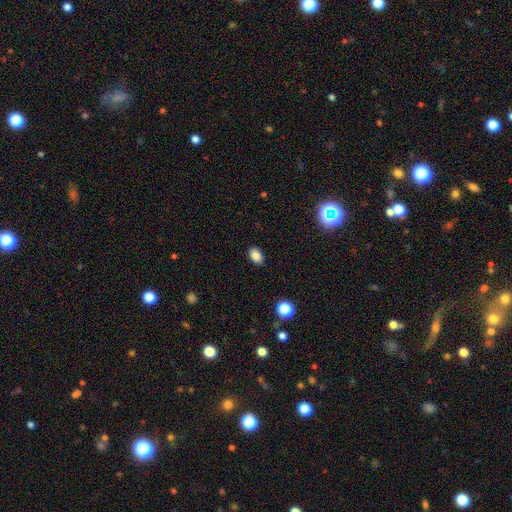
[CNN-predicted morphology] Overall: smooth (85%). How rounded: in between (83%). Merging: none (88%).